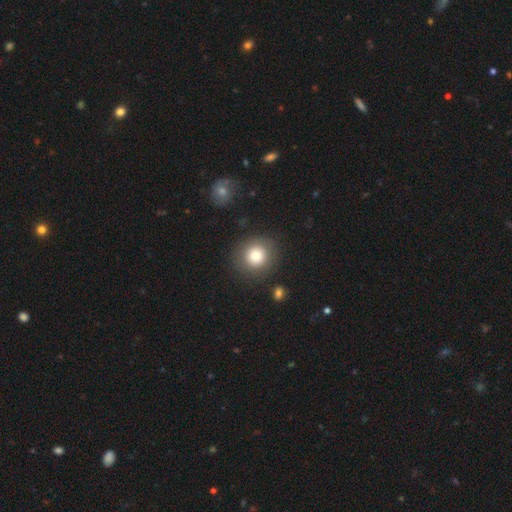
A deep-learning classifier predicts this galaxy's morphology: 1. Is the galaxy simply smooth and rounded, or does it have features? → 80% smooth, 10% star or artifact, 10% featured or disk.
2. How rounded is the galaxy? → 88% round, 11% in between, 1% cigar-shaped.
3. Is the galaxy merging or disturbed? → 85% none, 9% minor disturbance, 4% major disturbance, 3% merger.